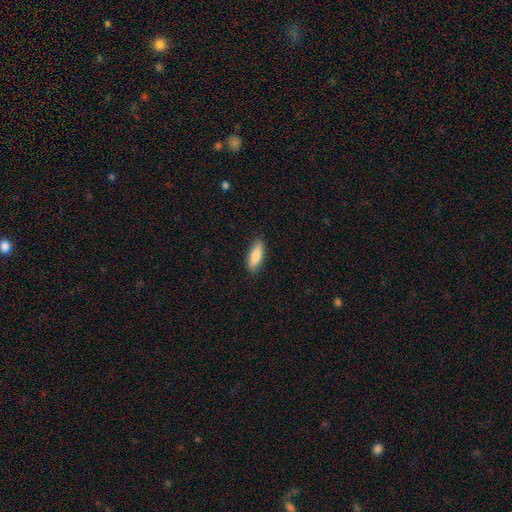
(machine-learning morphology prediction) Overall: smooth (79%). How rounded: in between (60%; cigar-shaped 37%). Merging: none (89%).